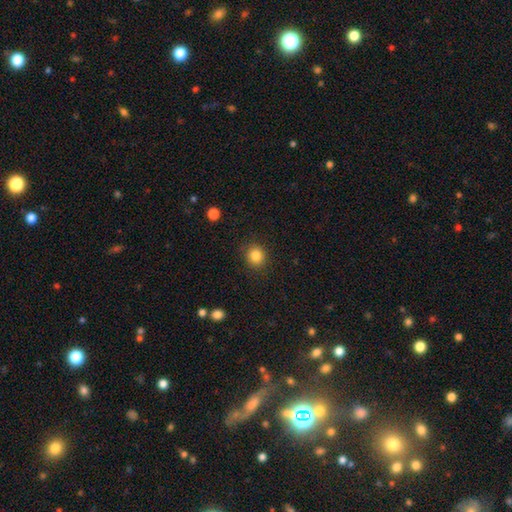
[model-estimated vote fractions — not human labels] A smooth galaxy with no disk features (84%) that is round (85%). Merging: none (87%).